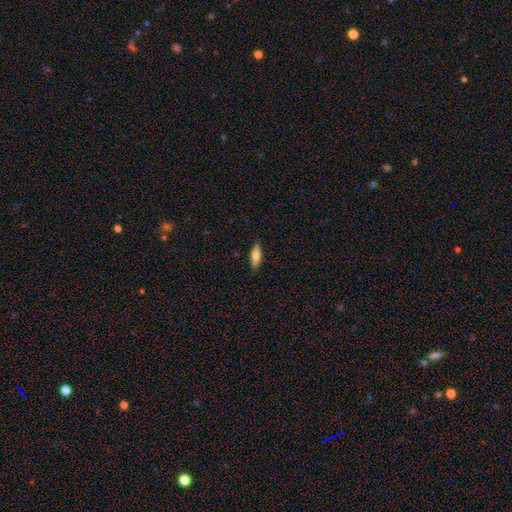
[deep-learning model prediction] smooth 67%, featured or disk 27%, star or artifact 6%. Down the decision tree: how rounded — cigar-shaped (54%); merging — none (87%).